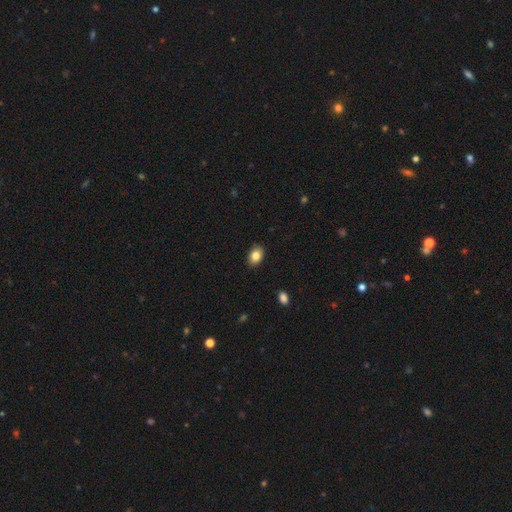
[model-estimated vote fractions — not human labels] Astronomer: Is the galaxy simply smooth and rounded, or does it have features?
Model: smooth — 85%.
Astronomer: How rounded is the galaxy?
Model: in between — 80%.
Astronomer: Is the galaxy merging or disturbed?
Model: none — 87%.